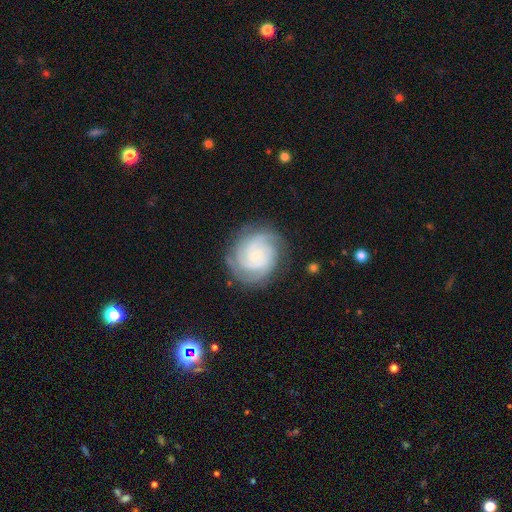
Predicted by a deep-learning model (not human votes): Smooth or featured? featured or disk (84%)
Edge-on disk? no (98%)
Bar? no (69%)
Spiral arms? yes (97%)
Spiral winding? tight (73%)
Spiral arm count? 3 (32%)
Bulge size? small (80%)
Merging? none (80%)